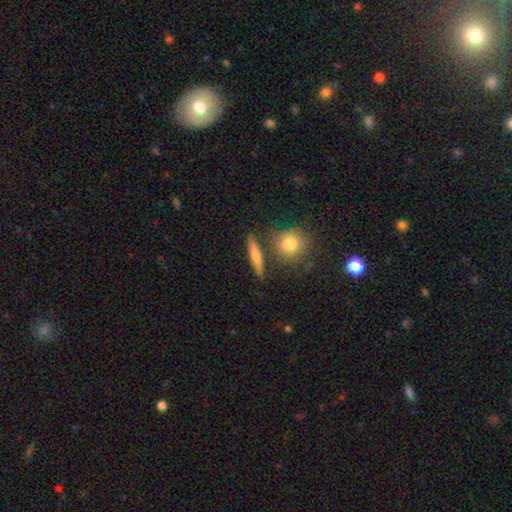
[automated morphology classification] smooth-or-featured: smooth: 55% | featured or disk: 37% | star or artifact: 8%
  how-rounded: cigar-shaped: 68% | in between: 18% | round: 14%
  merging: none: 80% | minor disturbance: 10% | merger: 7% | major disturbance: 3%